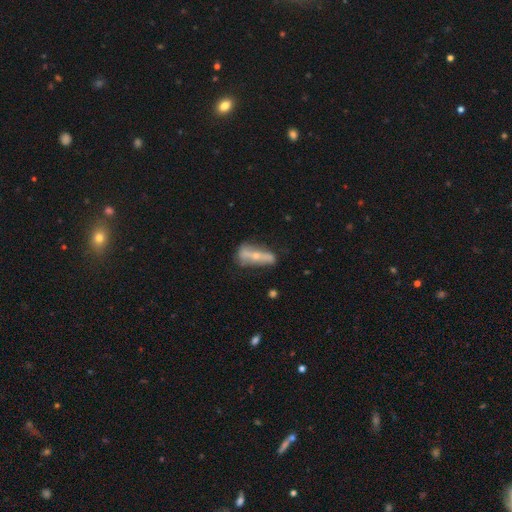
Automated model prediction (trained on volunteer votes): A featured or disk galaxy (63%). Merging: none (56%).